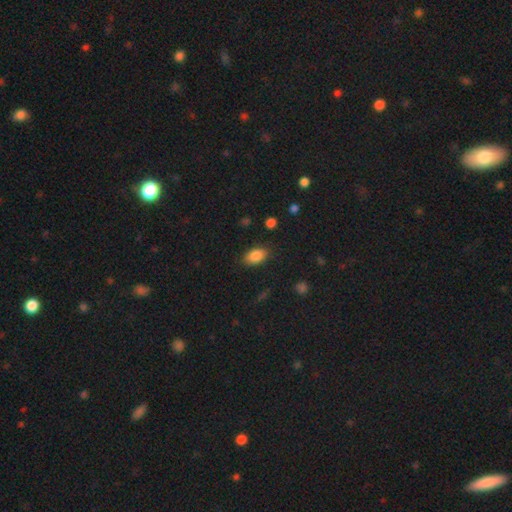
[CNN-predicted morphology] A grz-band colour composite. It shows a smooth galaxy with no disk features (86%) that is in between round and cigar-shaped (90%). Merging: none (84%).